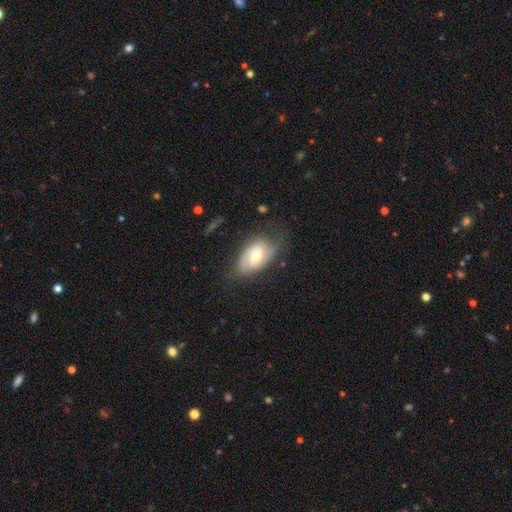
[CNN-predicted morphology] Q: Smooth or featured?
A: featured or disk (53%); runner-up: smooth (40%)
Q: Edge-on disk?
A: no (93%); runner-up: yes (7%)
Q: Merging?
A: none (63%); runner-up: minor disturbance (25%)